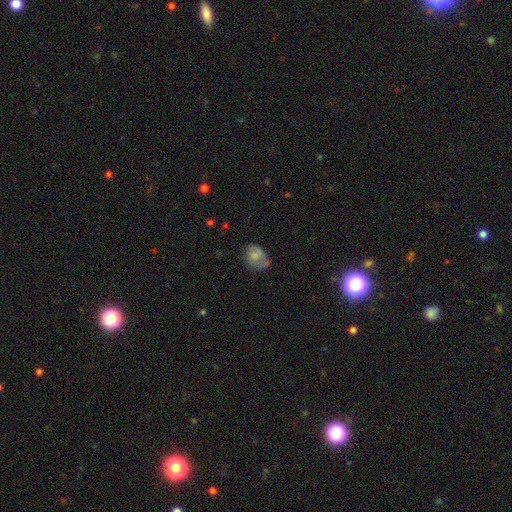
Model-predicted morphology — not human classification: Q: Smooth or featured?
A: smooth (68%); runner-up: featured or disk (22%)
Q: How rounded?
A: in between (62%); runner-up: round (37%)
Q: Merging?
A: none (42%); runner-up: minor disturbance (33%)